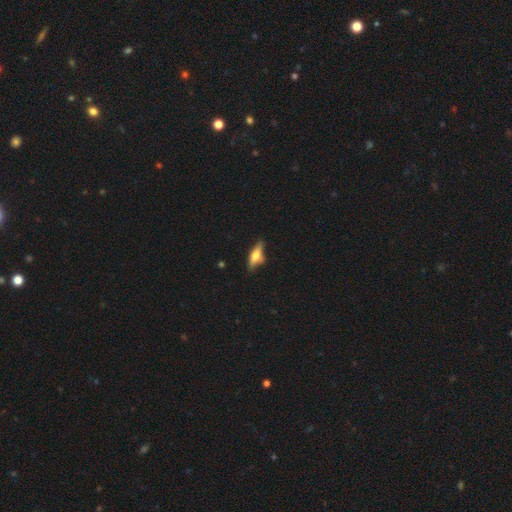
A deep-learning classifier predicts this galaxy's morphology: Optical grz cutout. It shows a smooth galaxy with no disk features (47%). Merging: none (67%).